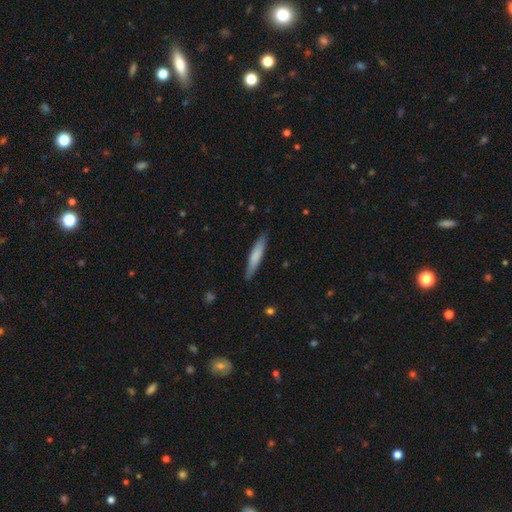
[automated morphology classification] A smooth galaxy with no disk features (72%) that is cigar-shaped (90%).

Vote fractions:
- Smooth or featured? smooth: 72% / featured or disk: 22% / star or artifact: 5%
- How rounded? cigar-shaped: 90% / in between: 9% / round: 1%
- Merging? none: 87% / minor disturbance: 10% / major disturbance: 2% / merger: 1%